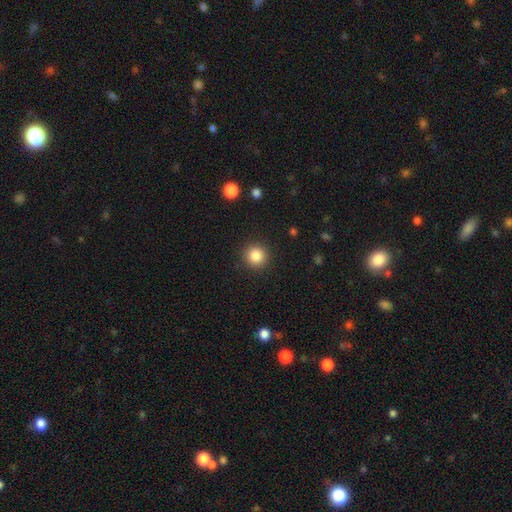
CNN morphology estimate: A smooth galaxy with no disk features (85%) that is round (94%). Merging: none (91%).